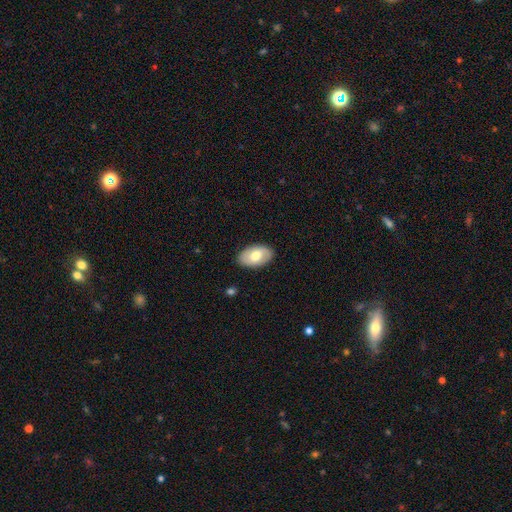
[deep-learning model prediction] The model was most divided on "smooth or featured": smooth: 67%, featured or disk: 28%, star or artifact: 6%. More confident: how rounded — in between (93%); merging — none (87%).